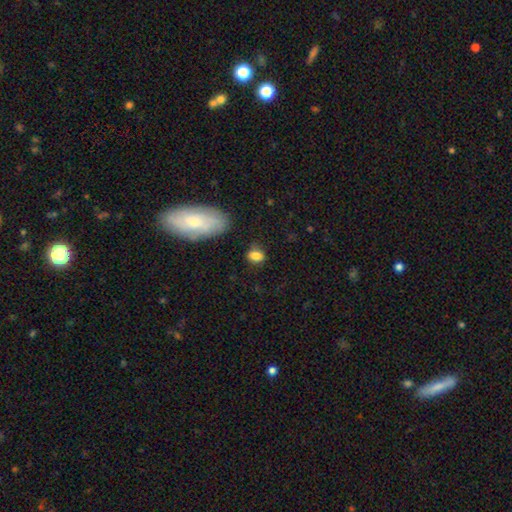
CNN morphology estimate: Smooth or featured? smooth (82%)
How rounded? in between (63%)
Merging? none (70%)